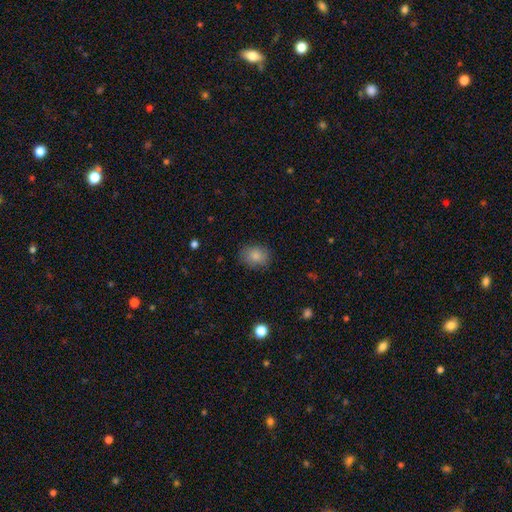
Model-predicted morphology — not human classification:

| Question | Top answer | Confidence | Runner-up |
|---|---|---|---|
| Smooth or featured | smooth | 85% | star or artifact (8%) |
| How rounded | in between | 56% | round (43%) |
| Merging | none | 82% | minor disturbance (13%) |